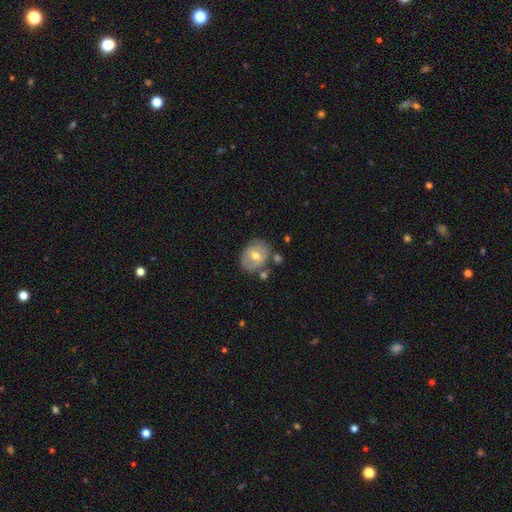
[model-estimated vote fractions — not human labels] A smooth galaxy with no disk features (53%) that is round (51%).

Vote fractions:
- Smooth or featured? smooth: 53% / featured or disk: 40% / star or artifact: 7%
- How rounded? round: 51% / in between: 48% / cigar-shaped: 1%
- Merging? none: 66% / minor disturbance: 18% / merger: 11% / major disturbance: 6%